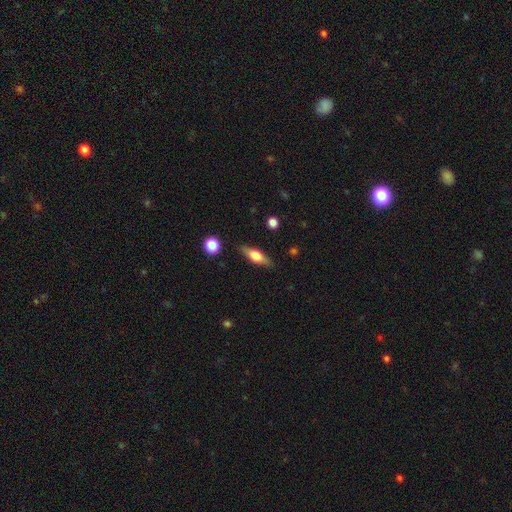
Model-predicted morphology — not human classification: smooth-or-featured: smooth: 51% | featured or disk: 42% | star or artifact: 7%
  how-rounded: in between: 53% | cigar-shaped: 43% | round: 4%
  merging: none: 84% | minor disturbance: 11% | major disturbance: 3% | merger: 2%